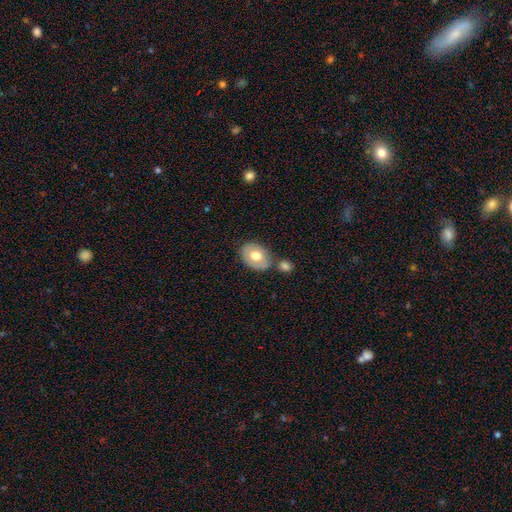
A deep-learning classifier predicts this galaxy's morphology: smooth_or_featured: smooth (p=0.62) [alt: featured or disk p=0.31]
how_rounded: in between (p=0.71) [alt: round p=0.27]
merging: none (p=0.60) [alt: merger p=0.19]